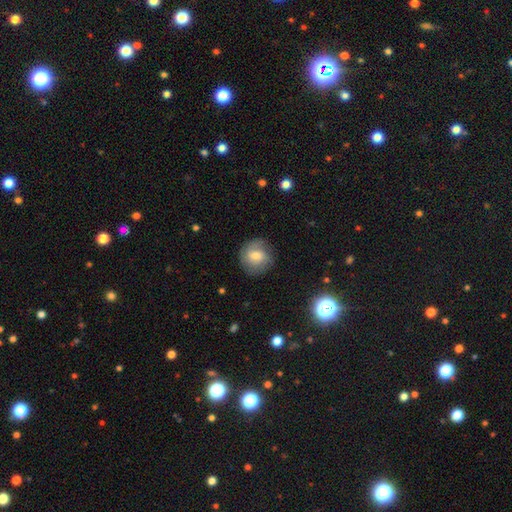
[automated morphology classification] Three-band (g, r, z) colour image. It shows a smooth galaxy with no disk features (55%) that is round (87%). Merging: none (78%).